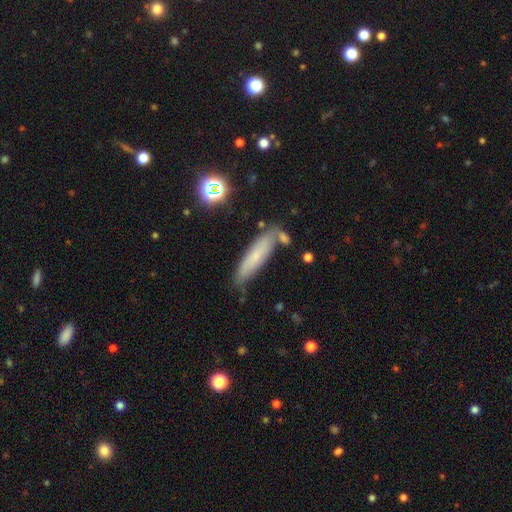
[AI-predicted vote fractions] A smooth galaxy with no disk features (65%) that is cigar-shaped (77%). Merging: none (66%).